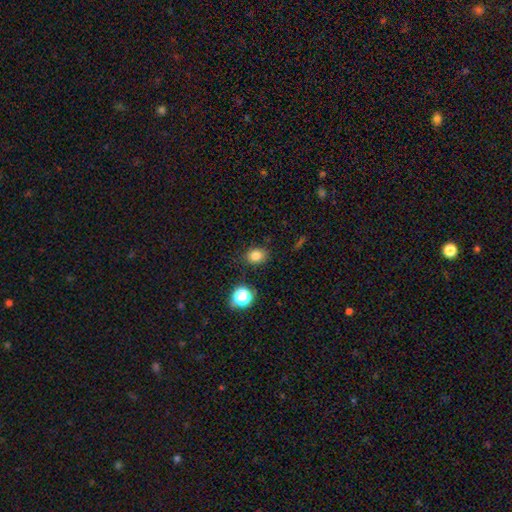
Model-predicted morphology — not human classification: This appears to be a smooth galaxy with no disk features (79%) that is round (50%). Merging: none (82%).